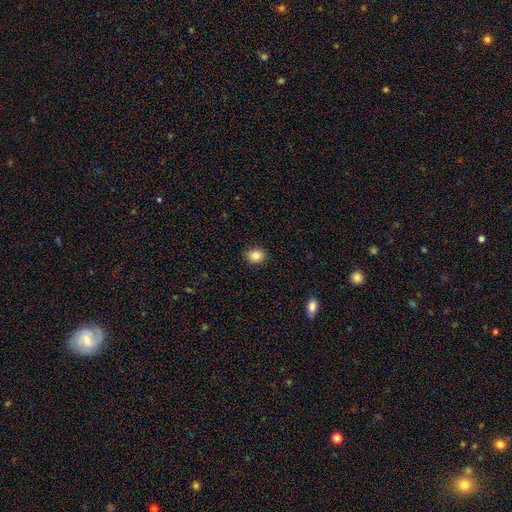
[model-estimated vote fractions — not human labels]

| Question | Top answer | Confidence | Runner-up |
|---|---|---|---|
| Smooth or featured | smooth | 85% | star or artifact (9%) |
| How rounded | round | 67% | in between (32%) |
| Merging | none | 89% | minor disturbance (8%) |